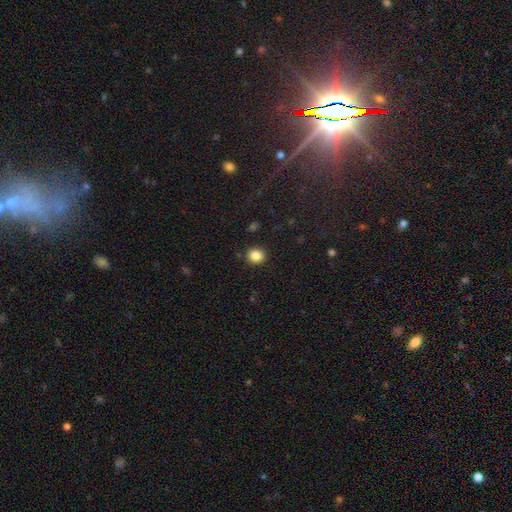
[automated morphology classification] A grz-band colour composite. It shows a smooth galaxy with no disk features (86%) that is round (82%). Merging: none (90%).